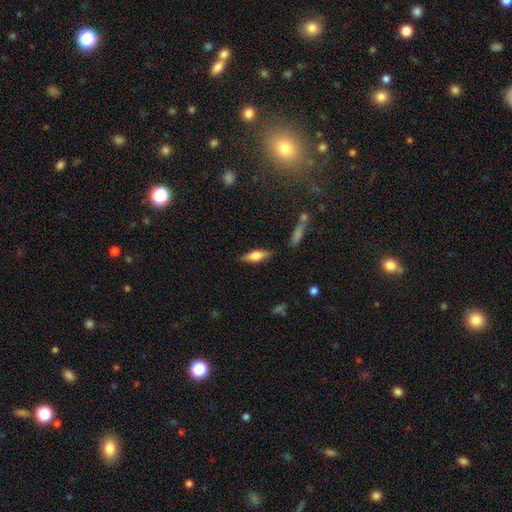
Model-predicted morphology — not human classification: Q: Smooth or featured?
A: smooth (53%); runner-up: featured or disk (40%)
Q: How rounded?
A: in between (53%); runner-up: cigar-shaped (44%)
Q: Merging?
A: none (83%); runner-up: minor disturbance (12%)